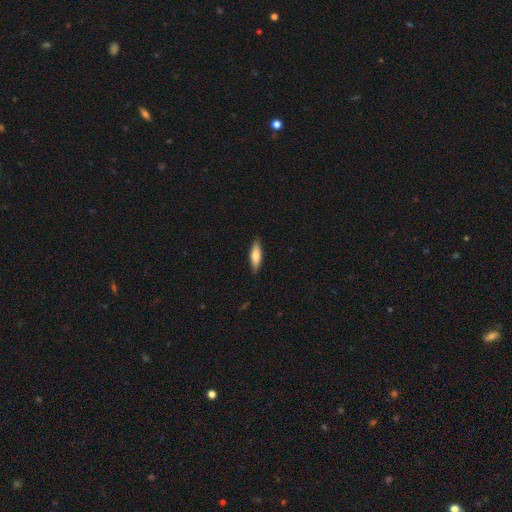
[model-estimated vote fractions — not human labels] This is likely a smooth galaxy (74%). How rounded: possibly cigar-shaped (54%). Merging: clearly none (88%).